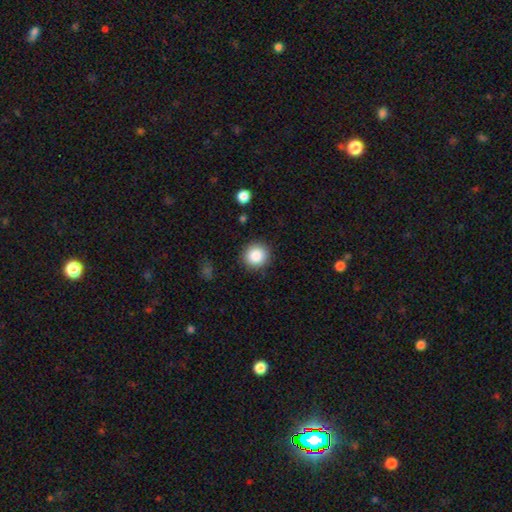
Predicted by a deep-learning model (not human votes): Smooth or featured: smooth — 86% (star or artifact — 9%)
How rounded: round — 93% (in between — 6%)
Merging: none — 89% (minor disturbance — 7%)